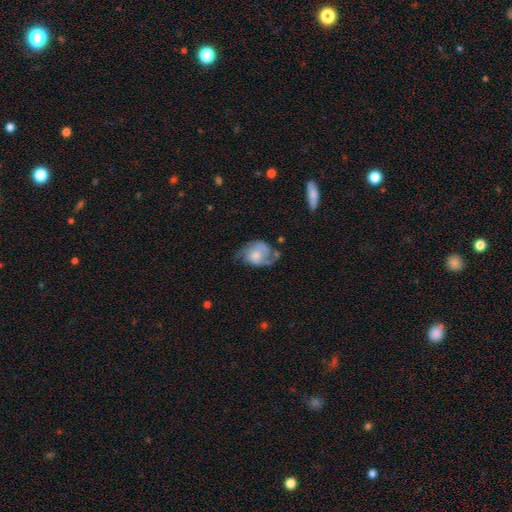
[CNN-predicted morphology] Q: Smooth or featured?
A: featured or disk (60%); runner-up: smooth (33%)
Q: Edge-on disk?
A: no (97%); runner-up: yes (3%)
Q: Bar?
A: no (71%); runner-up: weak (25%)
Q: Spiral arms?
A: yes (83%); runner-up: no (17%)
Q: Bulge size?
A: moderate (41%); runner-up: small (29%)
Q: Merging?
A: none (42%); runner-up: minor disturbance (30%)